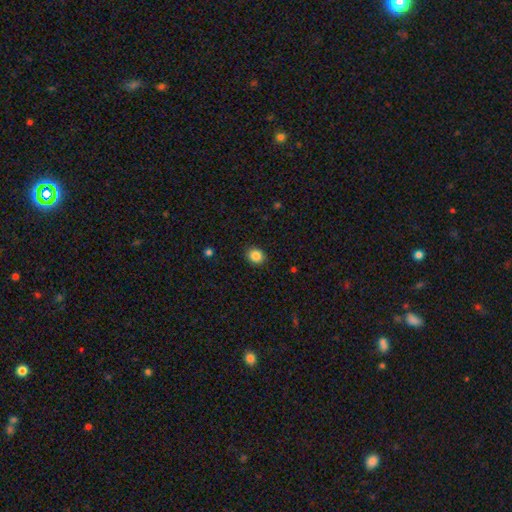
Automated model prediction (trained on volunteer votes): Morphology: type=smooth (86%); roundness=round (66%); merging=none (90%).